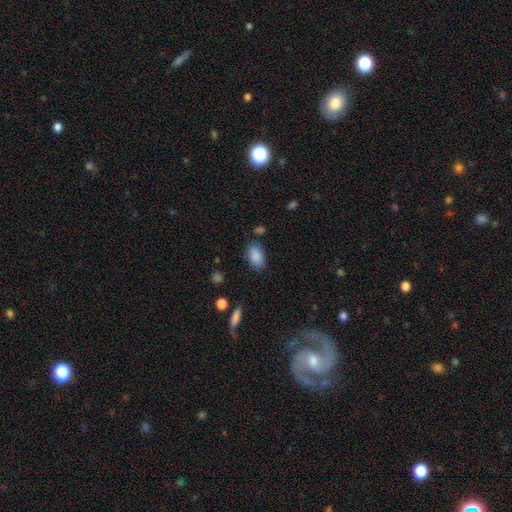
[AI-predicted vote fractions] A smooth galaxy with no disk features (88%) that is in between round and cigar-shaped (91%).

Vote fractions:
- Smooth or featured? smooth: 88% / star or artifact: 8% / featured or disk: 5%
- How rounded? in between: 91% / round: 7% / cigar-shaped: 2%
- Merging? none: 75% / minor disturbance: 17% / major disturbance: 5% / merger: 4%